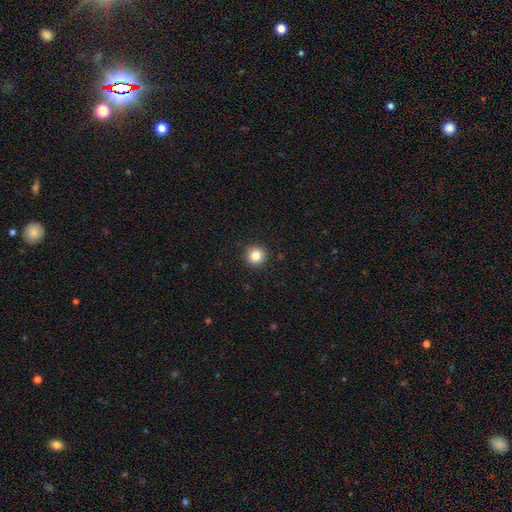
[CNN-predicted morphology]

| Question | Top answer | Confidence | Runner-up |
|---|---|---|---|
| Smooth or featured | smooth | 84% | star or artifact (11%) |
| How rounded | round | 94% | in between (5%) |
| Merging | none | 92% | minor disturbance (6%) |